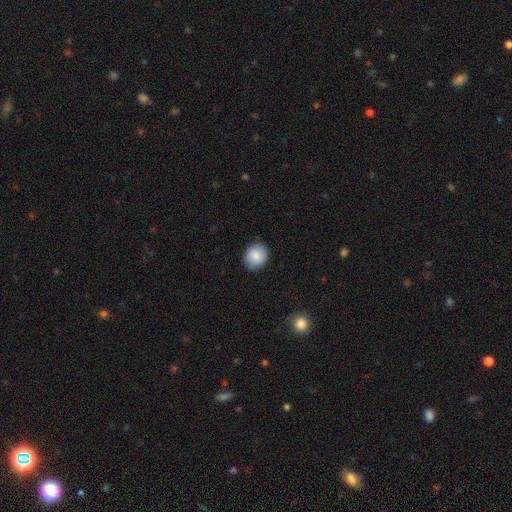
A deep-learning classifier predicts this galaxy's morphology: A smooth galaxy with no disk features (87%) that is round (76%). Merging: none (88%).